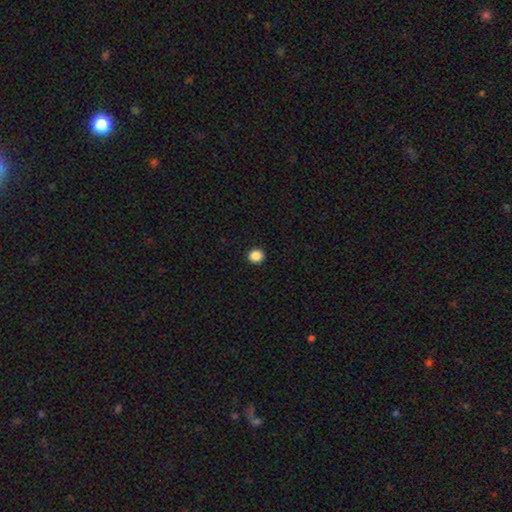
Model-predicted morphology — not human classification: Q: Smooth or featured?
A: smooth (87%); runner-up: star or artifact (10%)
Q: How rounded?
A: round (91%); runner-up: in between (8%)
Q: Merging?
A: none (94%); runner-up: minor disturbance (4%)